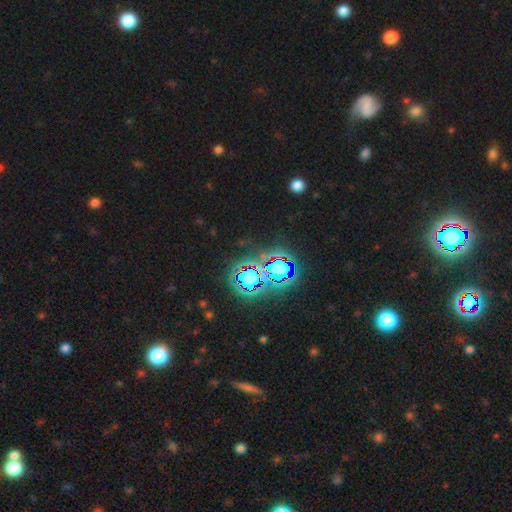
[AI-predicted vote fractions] This is clearly a star or artifact rather than a galaxy (81%).